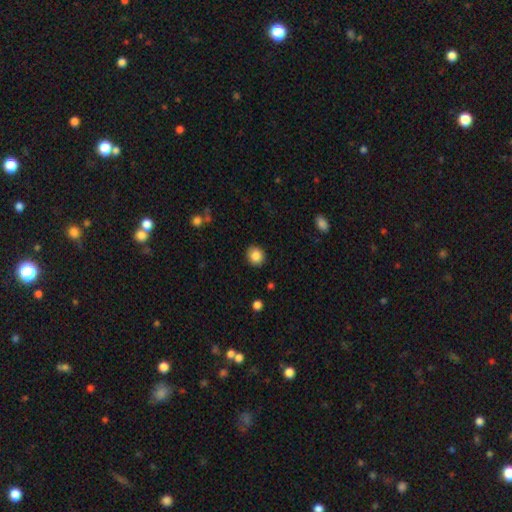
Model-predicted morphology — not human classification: Smooth or featured: smooth — 86% (star or artifact — 9%)
How rounded: round — 75% (in between — 24%)
Merging: none — 89% (minor disturbance — 7%)